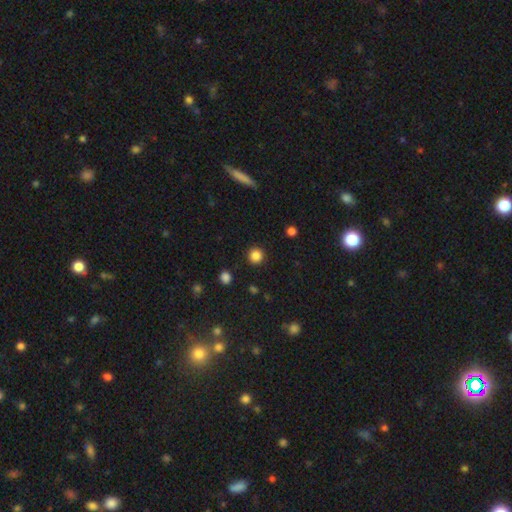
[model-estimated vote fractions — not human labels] A smooth galaxy with no disk features (85%) that is round (94%). Merging: none (91%).